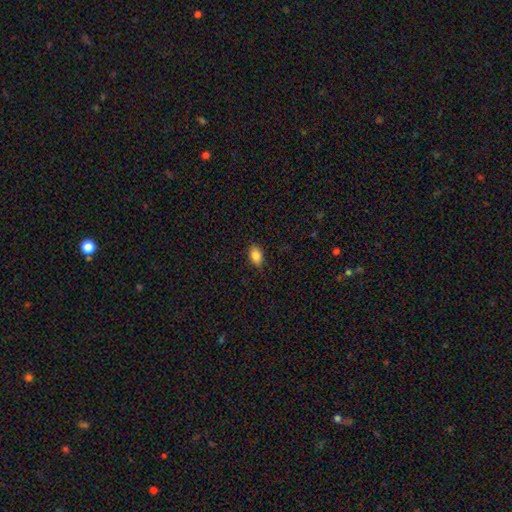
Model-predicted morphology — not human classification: This is clearly a smooth galaxy (86%). How rounded: clearly in between (85%). Merging: clearly none (86%).